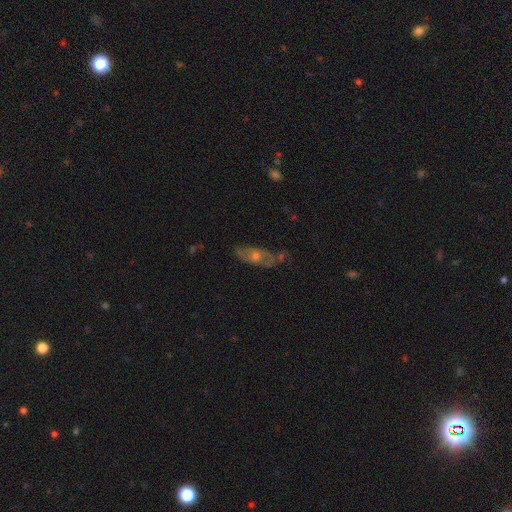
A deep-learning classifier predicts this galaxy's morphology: Smooth or featured? Predicted: featured or disk (p=0.55). Edge-on disk? Predicted: no (p=0.76). Merging? Predicted: none (p=0.59).